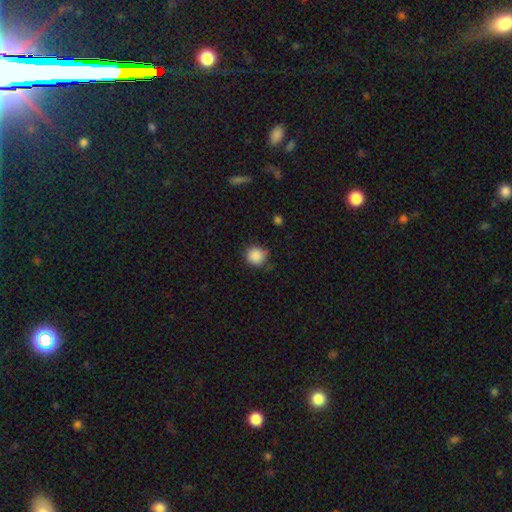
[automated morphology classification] A smooth galaxy with no disk features (88%) that is round (92%). Merging: none (76%).